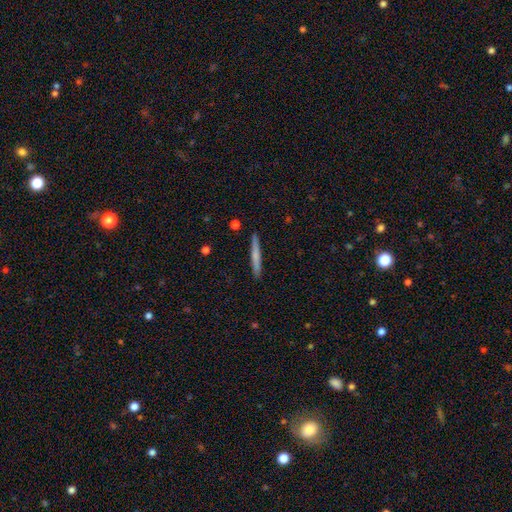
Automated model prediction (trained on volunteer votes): Smooth or featured: smooth — 61% (featured or disk — 33%)
How rounded: cigar-shaped — 96% (in between — 3%)
Merging: none — 91% (minor disturbance — 6%)